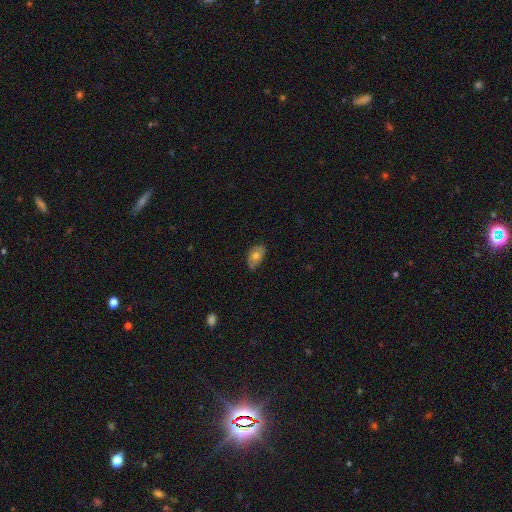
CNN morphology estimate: This is likely a smooth galaxy (67%). How rounded: clearly in between (90%). Merging: likely none (69%).